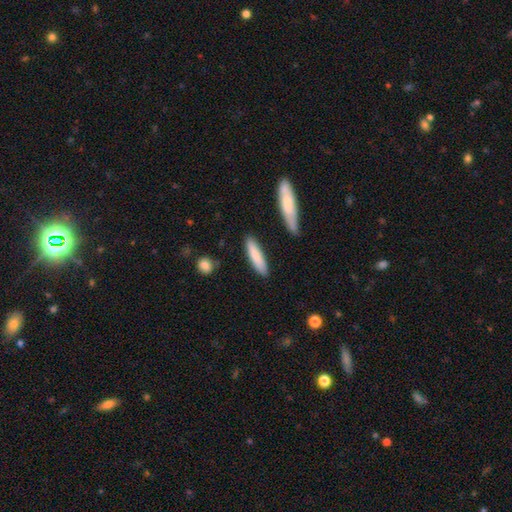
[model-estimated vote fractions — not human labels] This is clearly a smooth galaxy (82%). How rounded: likely cigar-shaped (75%). Merging: clearly none (85%).